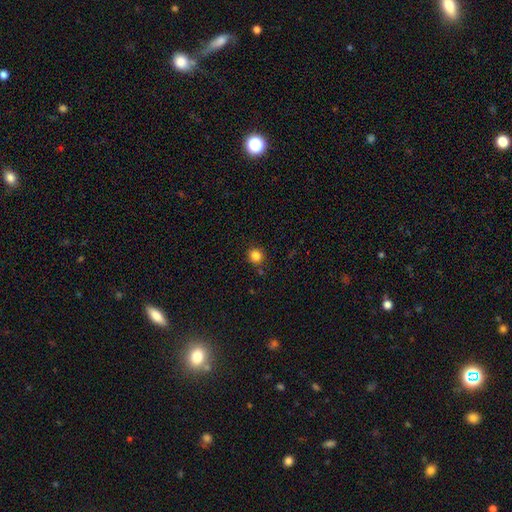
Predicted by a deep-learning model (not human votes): This is clearly a smooth galaxy (83%). How rounded: clearly round (89%). Merging: clearly none (85%).